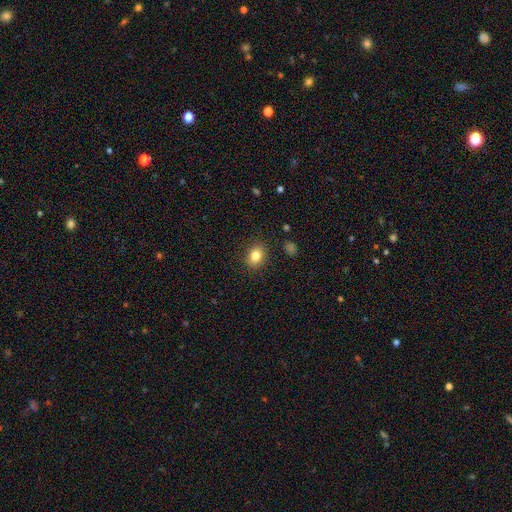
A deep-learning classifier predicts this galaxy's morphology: Overall: smooth (83%). How rounded: in between (60%; round 39%). Merging: none (88%).